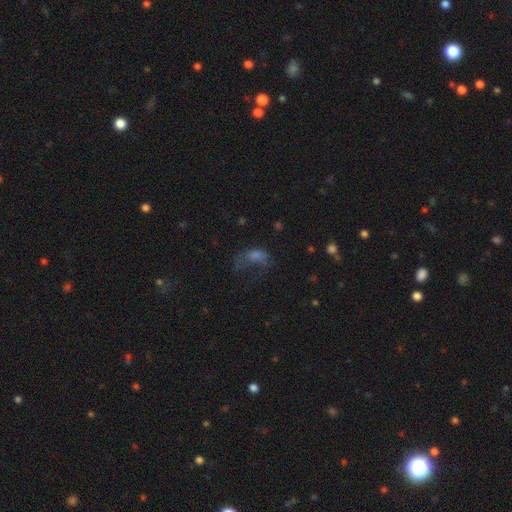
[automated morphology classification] Smooth or featured?
  - smooth: 50% *
  - featured or disk: 28%
  - star or artifact: 22%
Merging?
  - major disturbance: 53% *
  - none: 26%
  - minor disturbance: 18%
  - merger: 4%